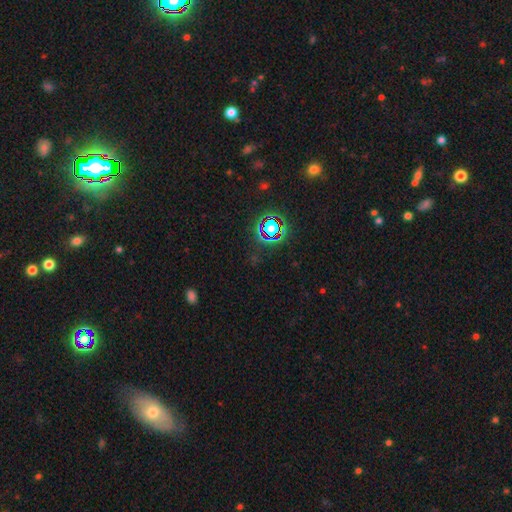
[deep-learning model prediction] star or artifact 76%, smooth 15%, featured or disk 9%.